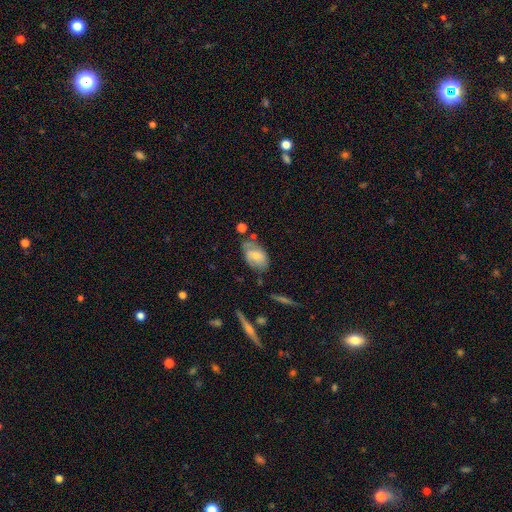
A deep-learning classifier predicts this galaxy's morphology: A smooth galaxy with no disk features (64%) that is in between round and cigar-shaped (89%).

Vote fractions:
- Smooth or featured? smooth: 64% / featured or disk: 28% / star or artifact: 8%
- How rounded? in between: 89% / round: 9% / cigar-shaped: 2%
- Merging? none: 54% / minor disturbance: 30% / major disturbance: 9% / merger: 7%